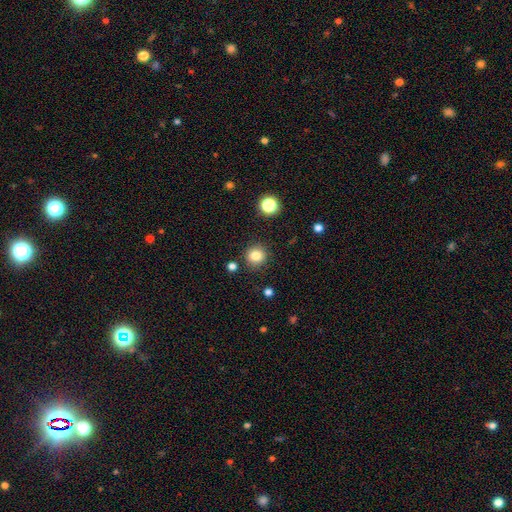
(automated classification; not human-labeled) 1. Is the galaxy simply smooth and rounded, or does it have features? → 82% smooth, 12% star or artifact, 6% featured or disk.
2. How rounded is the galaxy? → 92% round, 7% in between, 1% cigar-shaped.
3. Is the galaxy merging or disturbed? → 87% none, 7% minor disturbance, 3% merger, 3% major disturbance.